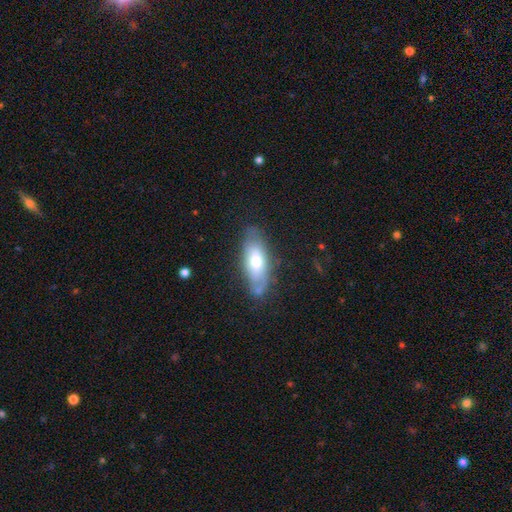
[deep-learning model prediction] This is possibly a smooth galaxy (57%). How rounded: likely in between (75%). Merging: likely none (66%).